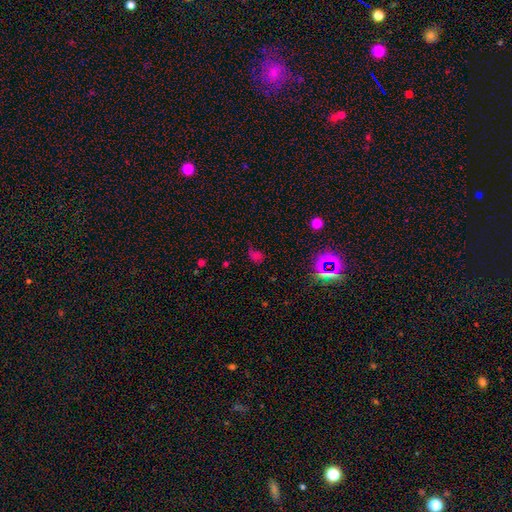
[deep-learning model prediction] Smooth or featured? smooth (48%)
Merging? none (44%)